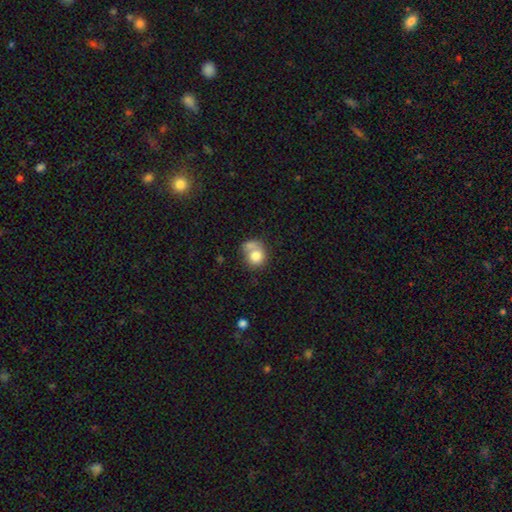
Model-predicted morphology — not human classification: This appears to be a smooth galaxy with no disk features (77%) that is round (72%). Merging: merger (44%).